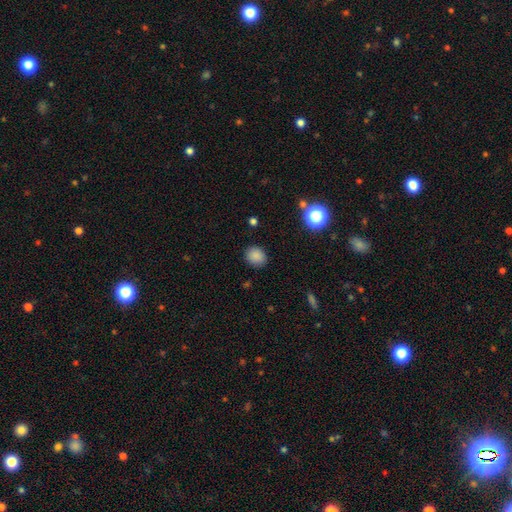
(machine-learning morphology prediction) The model was most divided on "how rounded": round: 73%, in between: 26%, cigar-shaped: 1%. More confident: merging — none (87%); smooth or featured — smooth (85%).